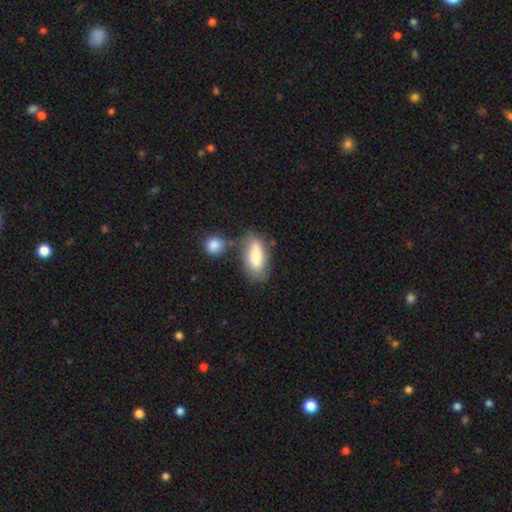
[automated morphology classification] This appears to be a smooth galaxy with no disk features (70%) that is in between round and cigar-shaped (86%). Merging: none (59%).